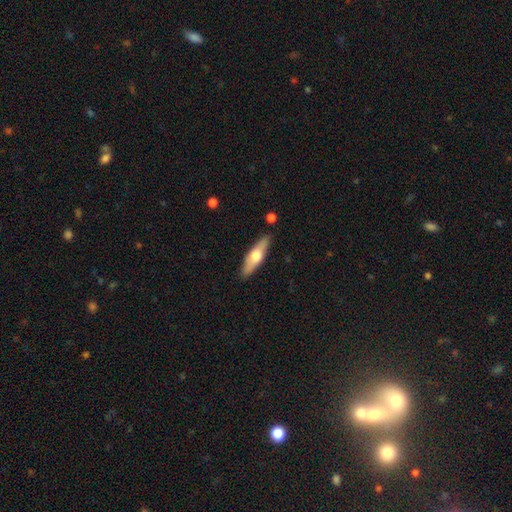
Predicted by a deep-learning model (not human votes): Smooth or featured? smooth (49%)
Merging? none (87%)